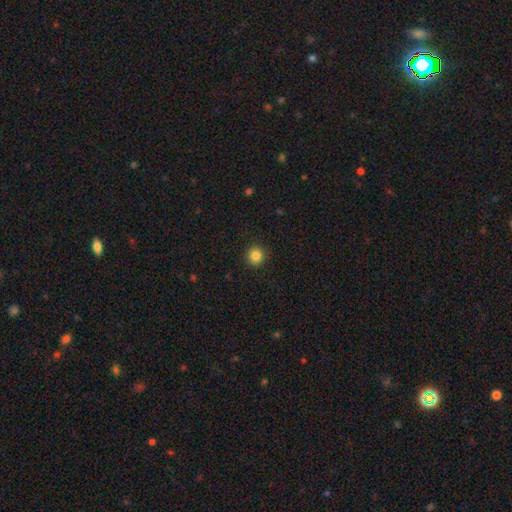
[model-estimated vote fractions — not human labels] Smooth or featured?
  - smooth: 84% *
  - star or artifact: 11%
  - featured or disk: 5%
How rounded?
  - round: 92% *
  - in between: 7%
  - cigar-shaped: 1%
Merging?
  - none: 92% *
  - minor disturbance: 5%
  - major disturbance: 2%
  - merger: 1%